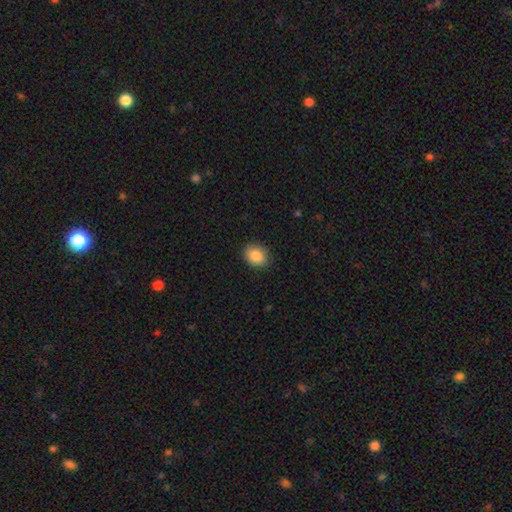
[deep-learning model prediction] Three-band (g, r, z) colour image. It shows a smooth galaxy with no disk features (87%) that is in between round and cigar-shaped (56%). Merging: none (89%).